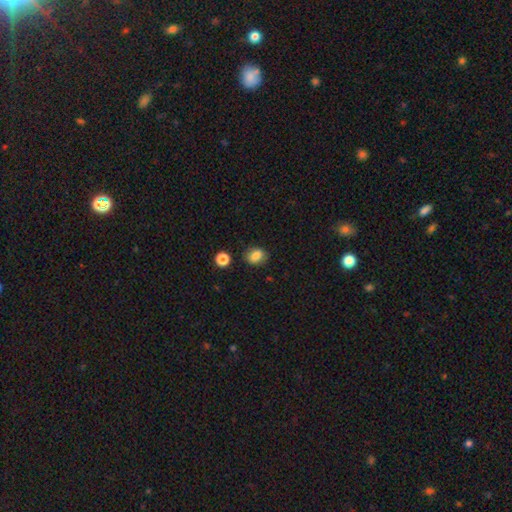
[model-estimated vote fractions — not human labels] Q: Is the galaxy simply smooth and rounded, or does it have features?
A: smooth — 83%.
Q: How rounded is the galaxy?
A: in between — 54%.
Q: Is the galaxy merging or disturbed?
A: none — 82%.